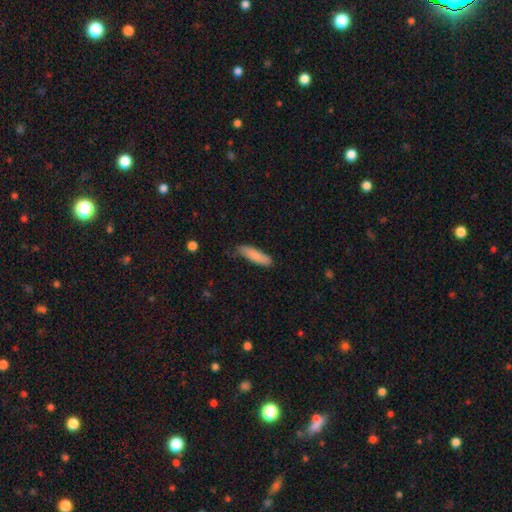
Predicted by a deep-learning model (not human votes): Smooth or featured: smooth — 84% (featured or disk — 10%)
How rounded: cigar-shaped — 62% (in between — 37%)
Merging: none — 71% (minor disturbance — 24%)